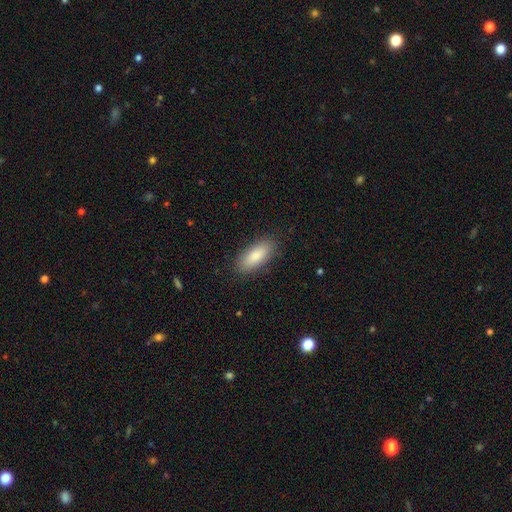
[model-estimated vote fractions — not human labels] Morphology: type=smooth (85%); roundness=in between (80%); merging=none (87%).